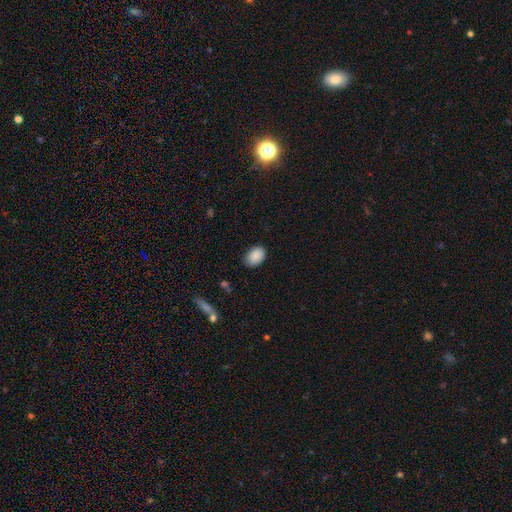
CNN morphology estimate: Smooth or featured? Predicted: smooth (p=0.89). How rounded? Predicted: in between (p=0.83). Merging? Predicted: none (p=0.84).